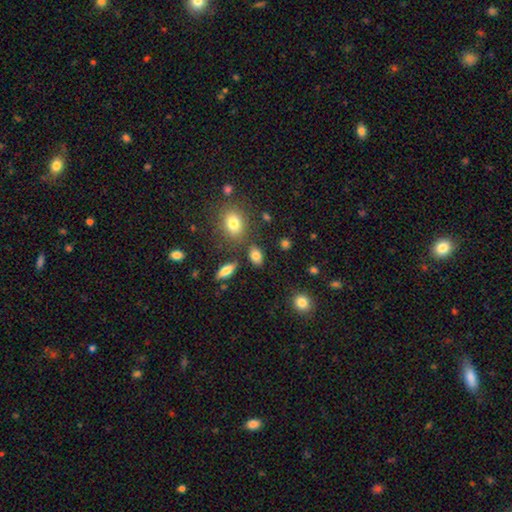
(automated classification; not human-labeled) This appears to be a smooth galaxy with no disk features (81%) that is in between round and cigar-shaped (73%). Merging: none (78%).